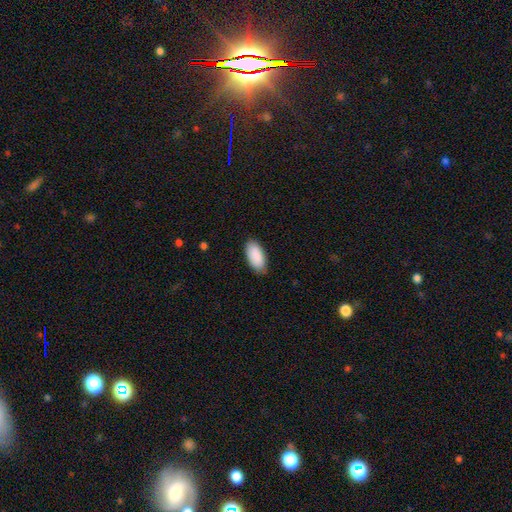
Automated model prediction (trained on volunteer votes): Smooth or featured?
  - smooth: 91% *
  - star or artifact: 5%
  - featured or disk: 3%
How rounded?
  - in between: 93% *
  - cigar-shaped: 6%
  - round: 2%
Merging?
  - none: 84% *
  - minor disturbance: 12%
  - major disturbance: 2%
  - merger: 1%